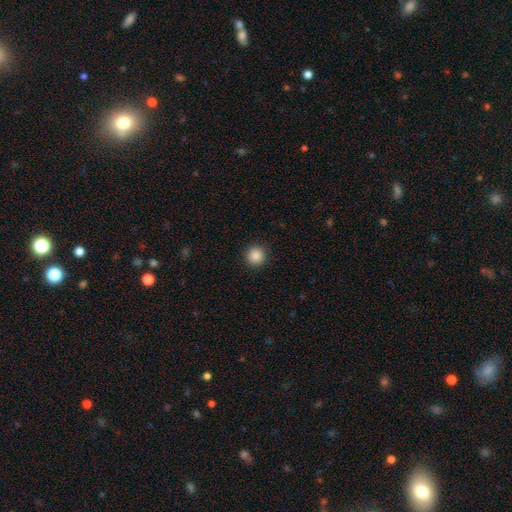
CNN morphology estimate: smooth-or-featured: smooth: 88% | star or artifact: 9% | featured or disk: 3%
  how-rounded: round: 94% | in between: 5% | cigar-shaped: 1%
  merging: none: 92% | minor disturbance: 5% | major disturbance: 2% | merger: 1%